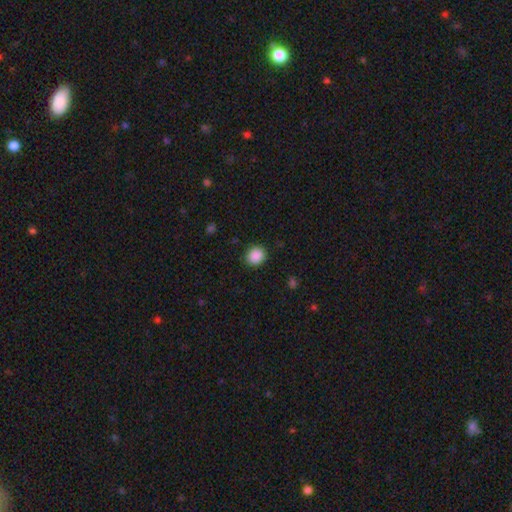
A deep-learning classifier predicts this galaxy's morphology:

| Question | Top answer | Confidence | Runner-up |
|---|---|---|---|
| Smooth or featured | smooth | 89% | star or artifact (9%) |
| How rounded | round | 82% | in between (17%) |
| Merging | none | 89% | minor disturbance (8%) |